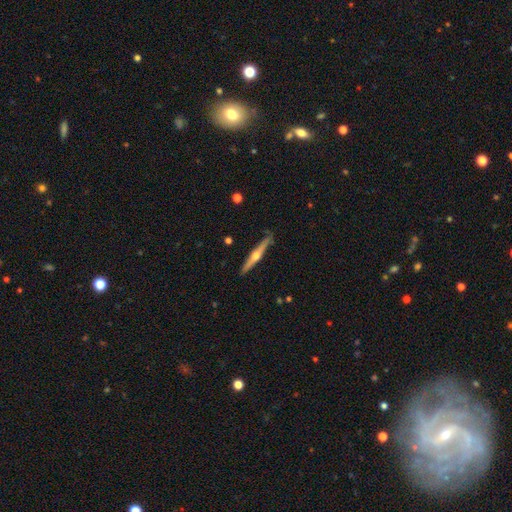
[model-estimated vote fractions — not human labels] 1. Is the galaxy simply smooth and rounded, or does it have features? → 70% featured or disk, 25% smooth, 5% star or artifact.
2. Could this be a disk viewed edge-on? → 97% yes, 3% no.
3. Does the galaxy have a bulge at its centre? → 92% rounded, 5% none, 2% boxy.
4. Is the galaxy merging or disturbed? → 87% none, 10% minor disturbance, 2% major disturbance, 1% merger.